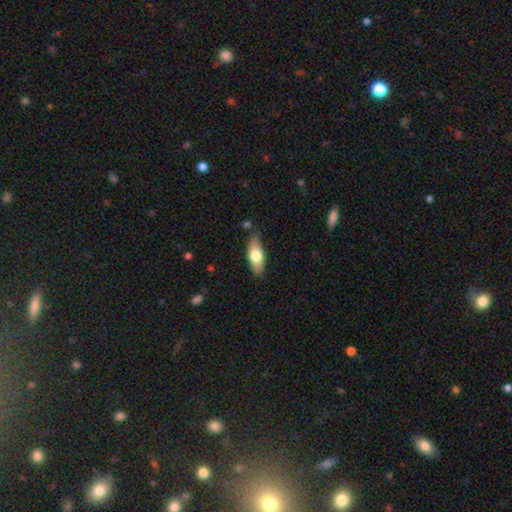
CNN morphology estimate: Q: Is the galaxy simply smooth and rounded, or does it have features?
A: smooth — 65%.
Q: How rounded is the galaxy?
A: in between — 73%.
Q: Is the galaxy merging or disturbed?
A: none — 82%.